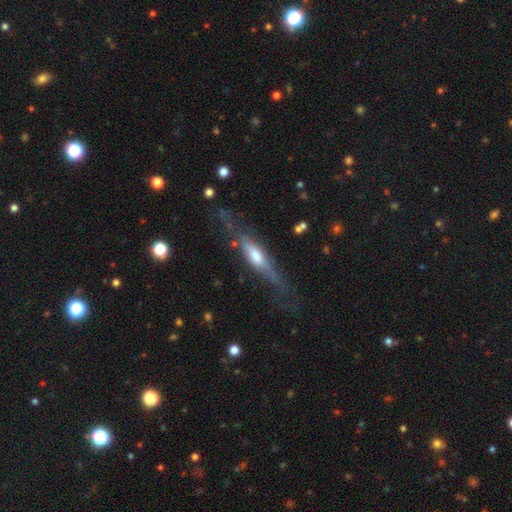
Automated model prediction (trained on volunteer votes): Q: Smooth or featured?
A: featured or disk (68%); runner-up: smooth (26%)
Q: Edge-on disk?
A: yes (82%); runner-up: no (18%)
Q: Edge-on bulge?
A: rounded (72%); runner-up: boxy (15%)
Q: Merging?
A: none (60%); runner-up: minor disturbance (23%)